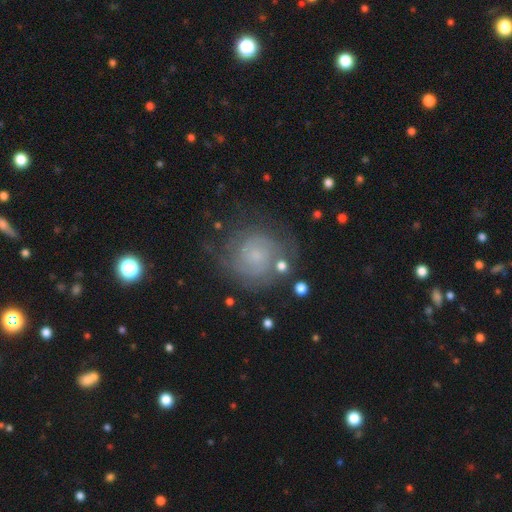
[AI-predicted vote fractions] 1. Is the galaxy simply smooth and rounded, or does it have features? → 63% featured or disk, 26% smooth, 11% star or artifact.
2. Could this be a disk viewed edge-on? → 98% no, 2% yes.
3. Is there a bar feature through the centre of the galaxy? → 73% no, 24% weak, 4% strong.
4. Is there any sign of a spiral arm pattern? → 87% yes, 13% no.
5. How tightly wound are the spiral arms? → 65% tight, 26% medium, 9% loose.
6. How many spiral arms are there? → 39% can't tell, 38% 2, 10% 3, 5% 1, 4% 4, 4% more than 4.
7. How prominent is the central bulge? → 61% small, 19% none, 16% moderate, 3% large, 1% dominant.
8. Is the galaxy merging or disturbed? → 70% none, 17% minor disturbance, 10% major disturbance, 3% merger.